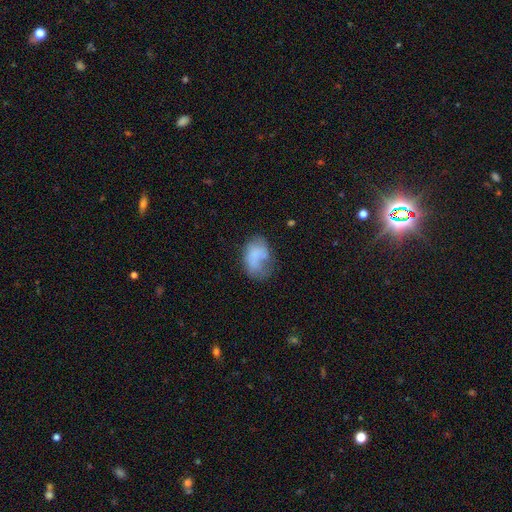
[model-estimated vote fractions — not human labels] The model was most divided on "merging": none: 34%, minor disturbance: 30%, major disturbance: 29%, merger: 7%. More confident: how rounded — in between (82%); smooth or featured — smooth (65%).